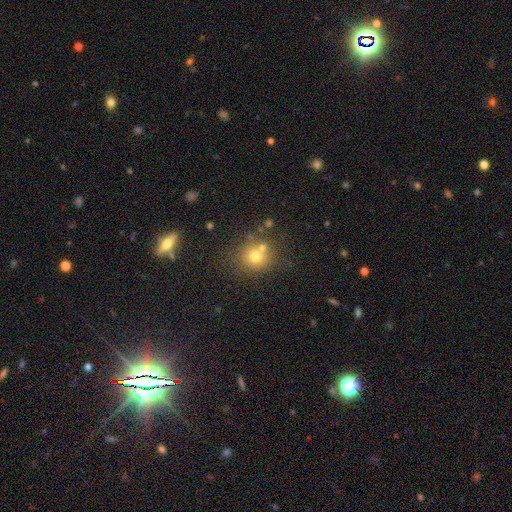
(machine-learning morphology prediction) Smooth or featured? smooth (67%)
How rounded? round (84%)
Merging? none (63%)